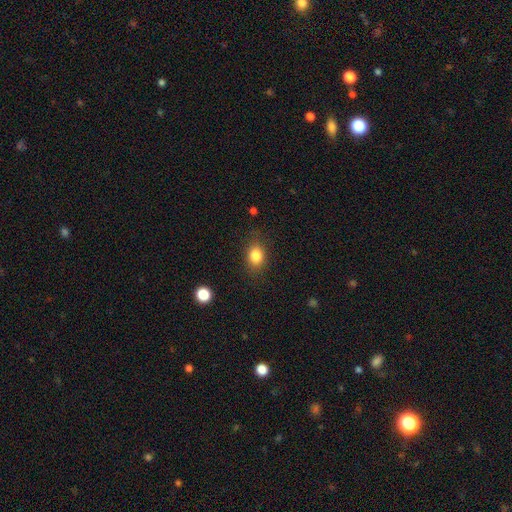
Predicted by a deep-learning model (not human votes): This appears to be a smooth galaxy with no disk features (83%) that is in between round and cigar-shaped (53%). Merging: none (81%).